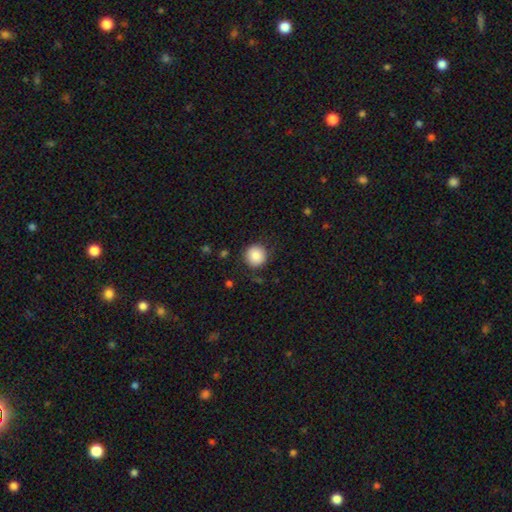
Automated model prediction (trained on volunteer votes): smooth 86%, star or artifact 9%, featured or disk 5%. Down the decision tree: how rounded — round (95%); merging — none (86%).